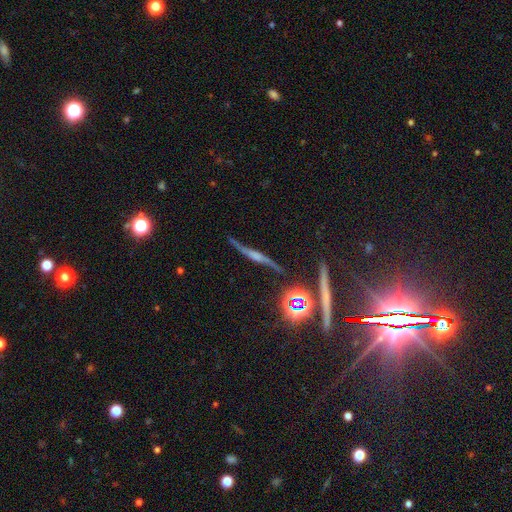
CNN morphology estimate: Smooth or featured? Predicted: featured or disk (p=0.70). Edge-on disk? Predicted: yes (p=0.80). Edge-on bulge? Predicted: rounded (p=0.51). Merging? Predicted: none (p=0.75).